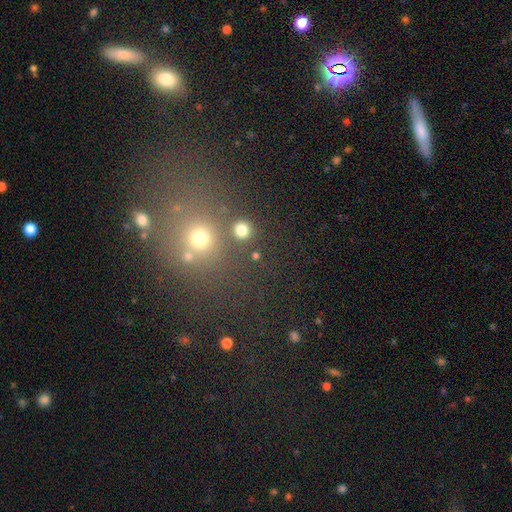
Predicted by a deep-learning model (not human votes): Morphology: type=smooth (59%); roundness=round (88%); merging=none (78%).